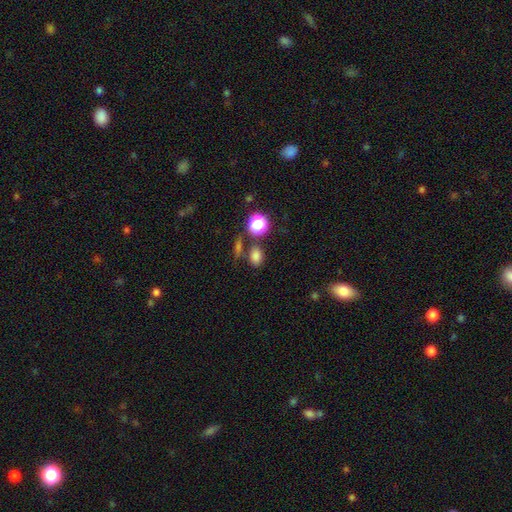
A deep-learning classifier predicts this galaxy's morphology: A smooth galaxy with no disk features (77%) that is in between round and cigar-shaped (69%). Merging: none (68%).